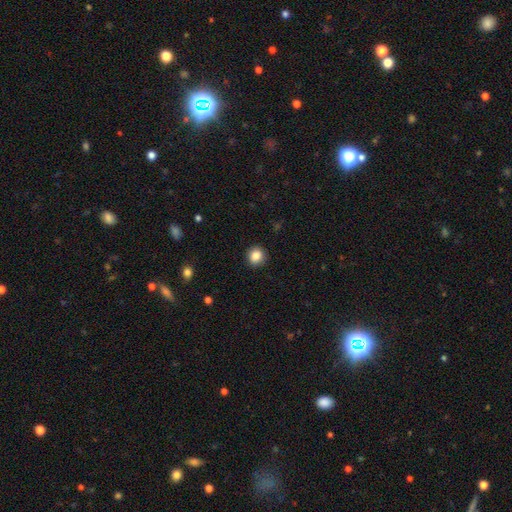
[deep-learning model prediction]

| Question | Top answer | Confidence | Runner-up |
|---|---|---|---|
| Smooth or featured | smooth | 86% | star or artifact (10%) |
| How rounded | round | 88% | in between (11%) |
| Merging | none | 91% | minor disturbance (6%) |